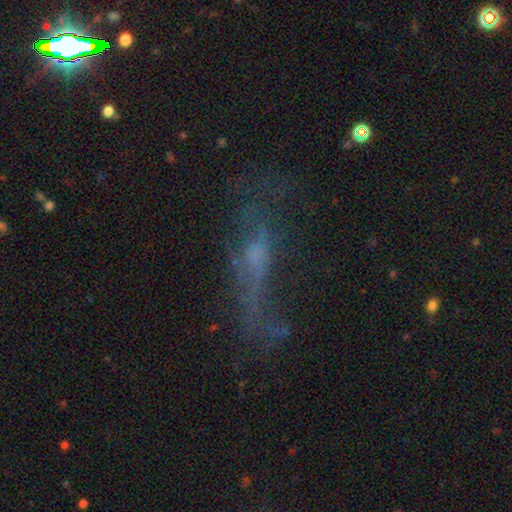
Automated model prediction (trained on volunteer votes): This appears to be a featured or disk galaxy (47%). Merging: major disturbance (41%).